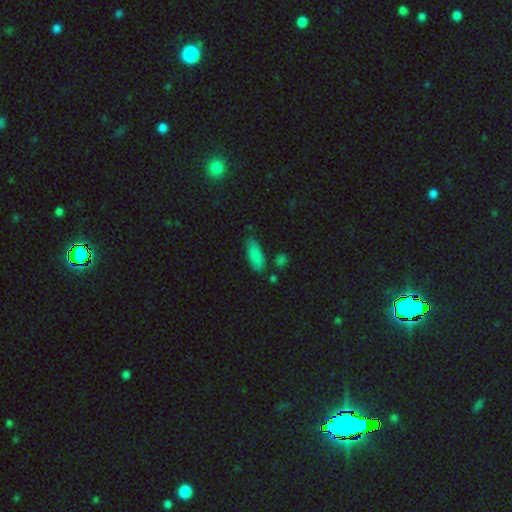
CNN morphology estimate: smooth_or_featured: smooth (p=0.85) [alt: star or artifact p=0.08]
how_rounded: in between (p=0.72) [alt: cigar-shaped p=0.25]
merging: none (p=0.79) [alt: minor disturbance p=0.14]